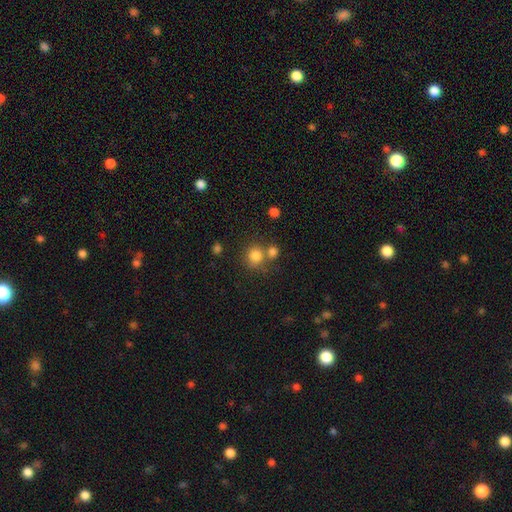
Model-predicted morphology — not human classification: A smooth galaxy with no disk features (81%) that is round (88%).

Vote fractions:
- Smooth or featured? smooth: 81% / star or artifact: 12% / featured or disk: 7%
- How rounded? round: 88% / in between: 12% / cigar-shaped: 1%
- Merging? none: 61% / merger: 26% / minor disturbance: 9% / major disturbance: 4%